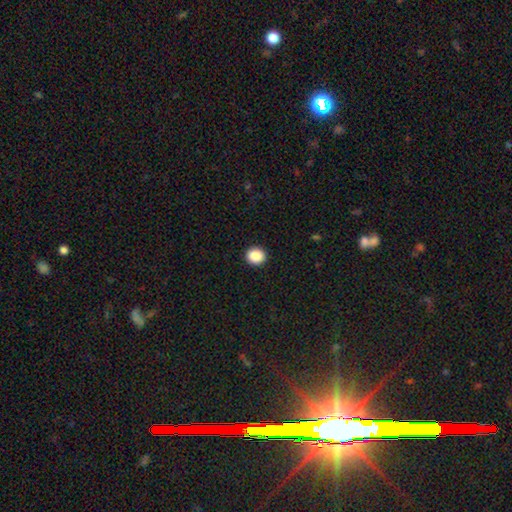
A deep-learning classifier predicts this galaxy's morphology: The model was most divided on "how rounded": round: 79%, in between: 20%, cigar-shaped: 1%. More confident: merging — none (93%); smooth or featured — smooth (88%).